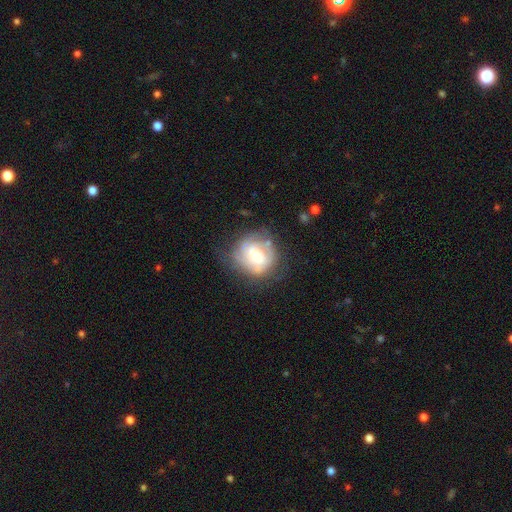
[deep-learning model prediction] smooth-or-featured: featured or disk: 55% | smooth: 37% | star or artifact: 8%
  disk-edge-on: no: 96% | yes: 4%
    bar: no: 46% | weak: 40% | strong: 13%
    has-spiral-arms: yes: 64% | no: 36%
    bulge-size: moderate: 62% | small: 25% | large: 10% | none: 1% | dominant: 1%
  merging: none: 57% | minor disturbance: 25% | major disturbance: 15% | merger: 3%